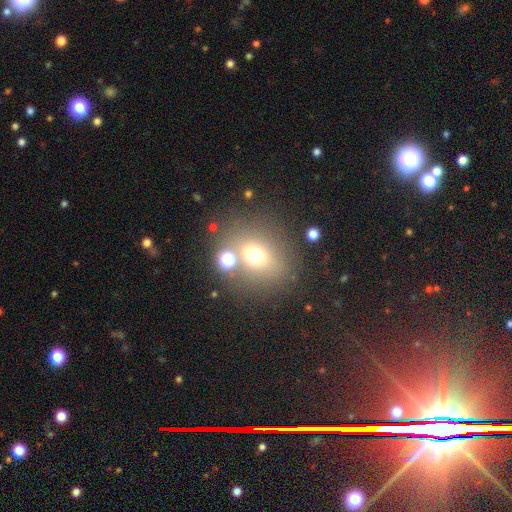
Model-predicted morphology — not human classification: smooth_or_featured: smooth (p=0.64) [alt: star or artifact p=0.20]
how_rounded: round (p=0.71) [alt: in between p=0.28]
merging: none (p=0.70) [alt: merger p=0.12]